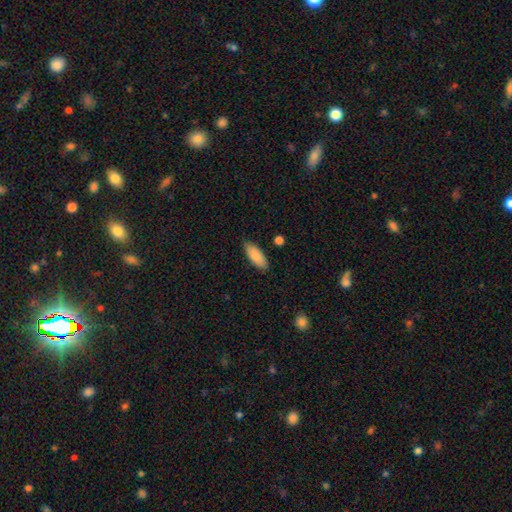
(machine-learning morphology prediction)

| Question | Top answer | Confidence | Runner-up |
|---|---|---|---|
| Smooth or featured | smooth | 88% | star or artifact (6%) |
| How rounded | in between | 79% | cigar-shaped (19%) |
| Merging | none | 86% | minor disturbance (11%) |